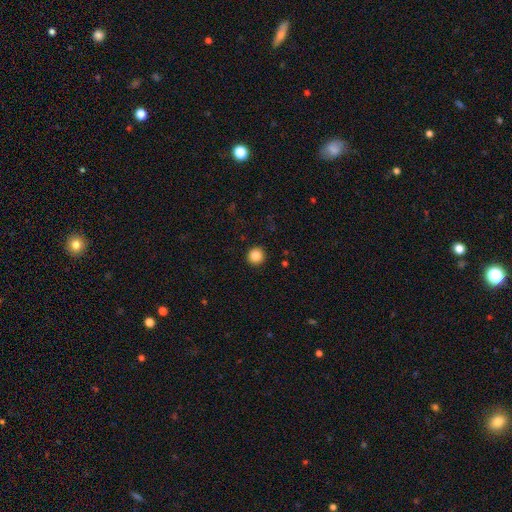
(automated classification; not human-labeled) smooth_or_featured: smooth (p=0.87) [alt: star or artifact p=0.10]
how_rounded: round (p=0.96) [alt: in between p=0.04]
merging: none (p=0.92) [alt: minor disturbance p=0.05]